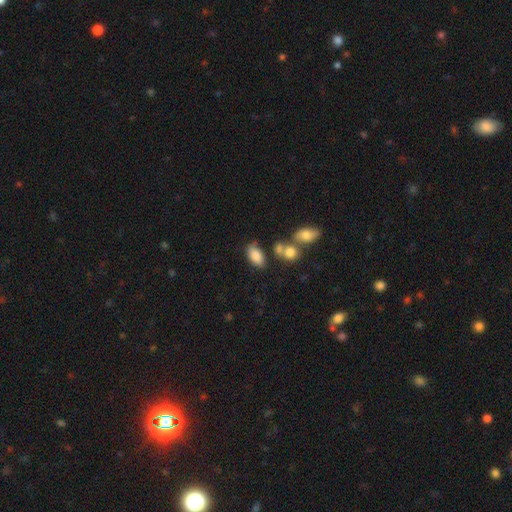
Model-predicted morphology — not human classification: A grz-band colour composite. It shows a smooth galaxy with no disk features (84%) that is in between round and cigar-shaped (92%). Merging: none (62%).